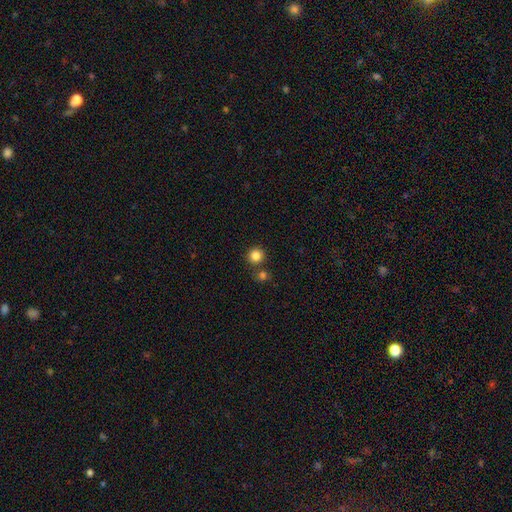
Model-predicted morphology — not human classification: Smooth or featured? smooth (84%)
How rounded? round (94%)
Merging? none (77%)